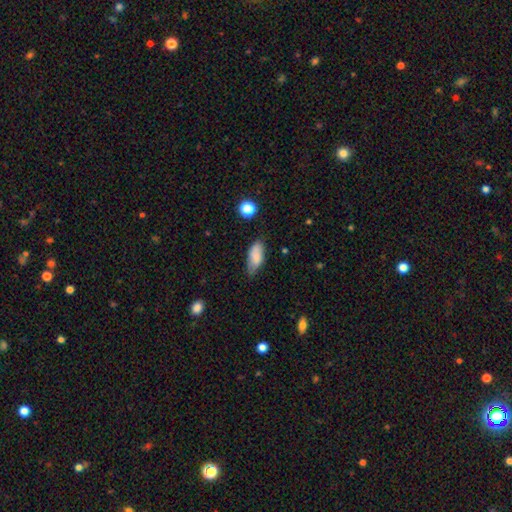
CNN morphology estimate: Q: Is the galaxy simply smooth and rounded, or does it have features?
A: smooth — 83%.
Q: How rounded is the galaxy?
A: in between — 86%.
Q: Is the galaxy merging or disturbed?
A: none — 60%.